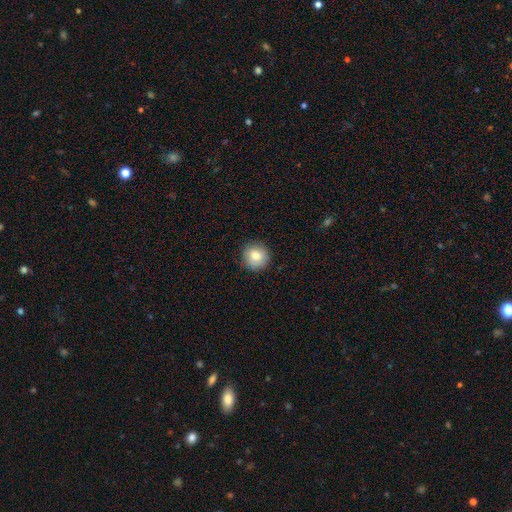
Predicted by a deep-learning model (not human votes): Smooth or featured: smooth — 80% (featured or disk — 11%)
How rounded: round — 94% (in between — 6%)
Merging: none — 88% (minor disturbance — 9%)